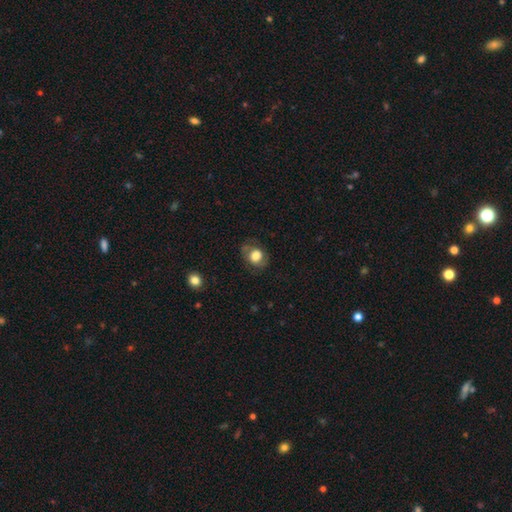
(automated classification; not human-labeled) This is likely a smooth galaxy (70%). How rounded: possibly round (55%). Merging: likely none (70%).